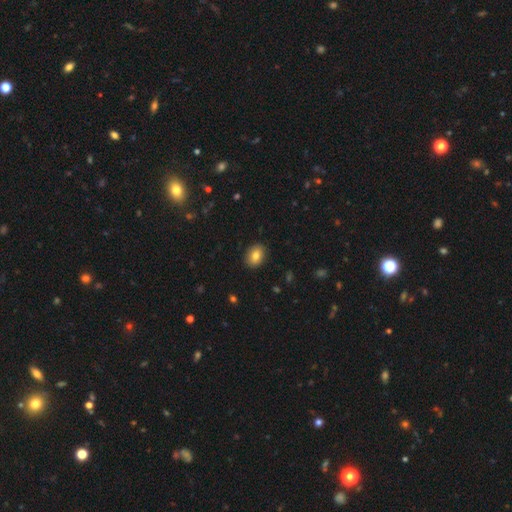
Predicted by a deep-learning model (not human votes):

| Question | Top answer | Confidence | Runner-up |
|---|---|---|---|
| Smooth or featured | smooth | 81% | featured or disk (10%) |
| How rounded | in between | 64% | round (35%) |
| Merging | none | 90% | minor disturbance (7%) |